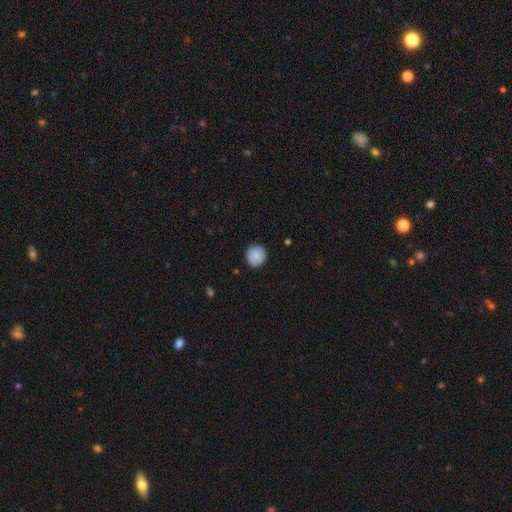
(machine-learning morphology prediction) This appears to be a smooth galaxy with no disk features (89%) that is round (93%). Merging: none (90%).